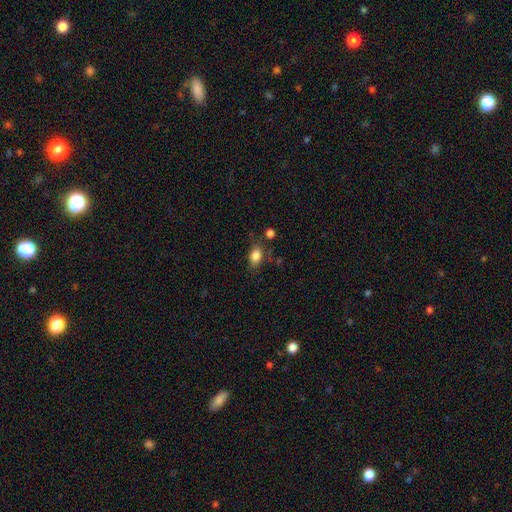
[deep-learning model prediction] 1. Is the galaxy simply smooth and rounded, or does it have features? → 83% smooth, 9% star or artifact, 8% featured or disk.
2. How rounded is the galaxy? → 82% in between, 15% round, 3% cigar-shaped.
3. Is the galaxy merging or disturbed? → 68% none, 19% minor disturbance, 6% major disturbance, 6% merger.